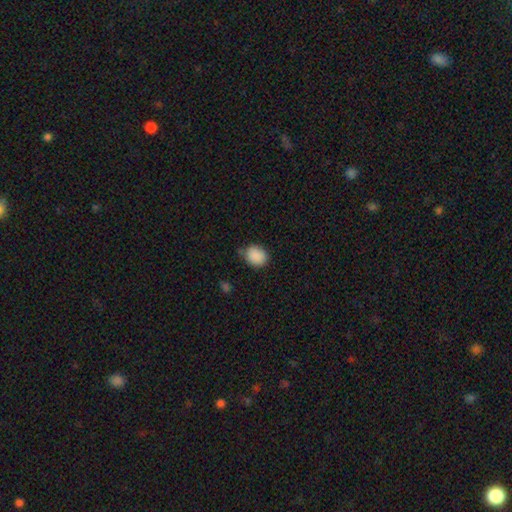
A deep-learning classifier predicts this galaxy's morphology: A smooth galaxy with no disk features (89%) that is round (57%). Merging: none (73%).